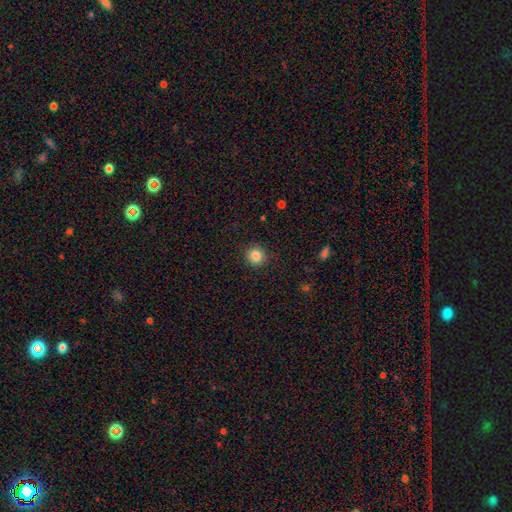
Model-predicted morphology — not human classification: Smooth or featured?
  - smooth: 85% *
  - star or artifact: 10%
  - featured or disk: 5%
How rounded?
  - round: 93% *
  - in between: 6%
  - cigar-shaped: 1%
Merging?
  - none: 90% *
  - minor disturbance: 6%
  - major disturbance: 2%
  - merger: 1%